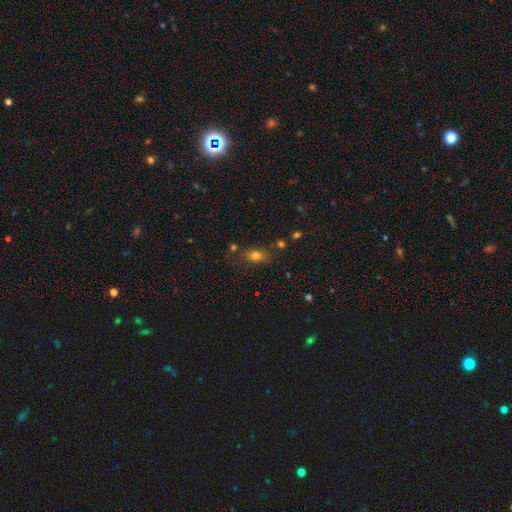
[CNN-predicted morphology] Smooth or featured? Predicted: smooth (p=0.74). How rounded? Predicted: in between (p=0.71). Merging? Predicted: none (p=0.71).